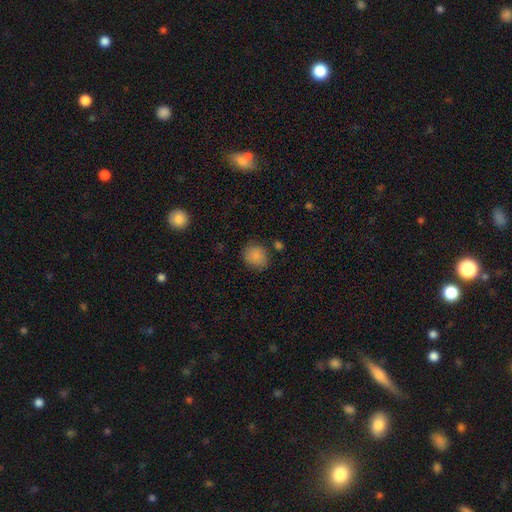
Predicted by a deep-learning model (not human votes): A smooth galaxy with no disk features (86%) that is round (81%).

Vote fractions:
- Smooth or featured? smooth: 86% / star or artifact: 9% / featured or disk: 5%
- How rounded? round: 81% / in between: 18% / cigar-shaped: 1%
- Merging? none: 79% / minor disturbance: 14% / major disturbance: 4% / merger: 4%